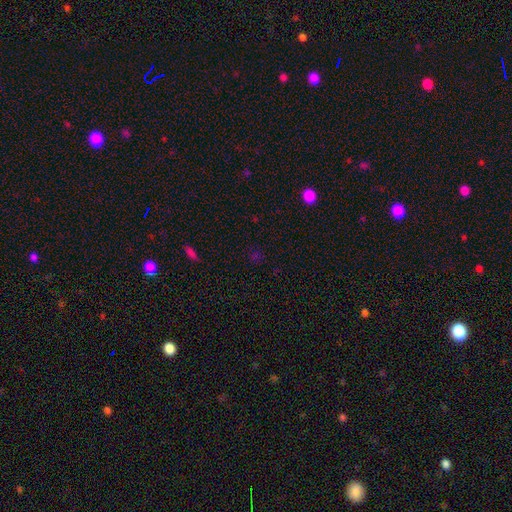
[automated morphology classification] A star or artifact, not a galaxy (49%).